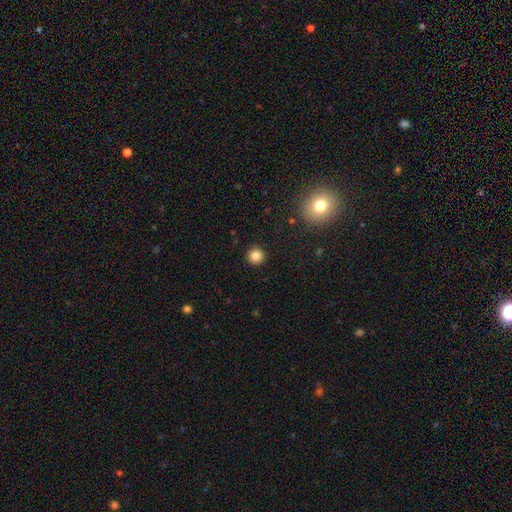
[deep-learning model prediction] Smooth or featured? smooth (83%)
How rounded? round (95%)
Merging? none (92%)